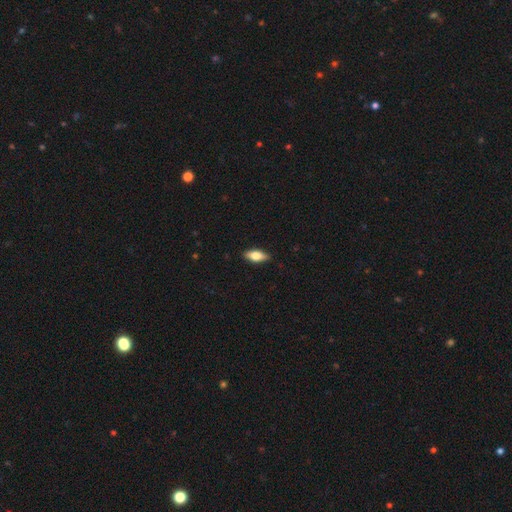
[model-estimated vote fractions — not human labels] Smooth or featured? Predicted: smooth (p=0.69). How rounded? Predicted: in between (p=0.78). Merging? Predicted: none (p=0.88).